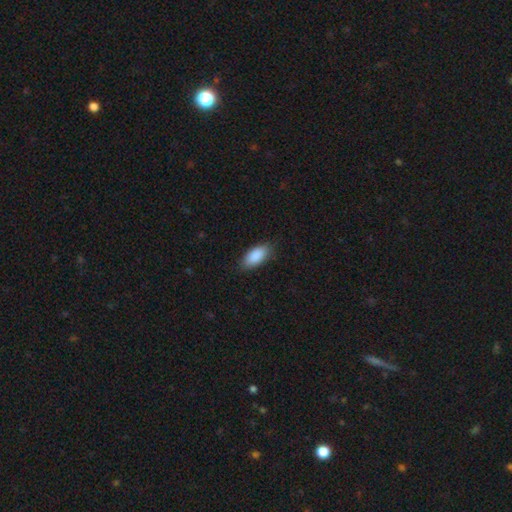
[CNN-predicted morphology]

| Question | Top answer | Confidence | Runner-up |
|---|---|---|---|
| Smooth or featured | smooth | 89% | star or artifact (6%) |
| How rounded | in between | 90% | cigar-shaped (8%) |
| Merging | none | 82% | minor disturbance (14%) |